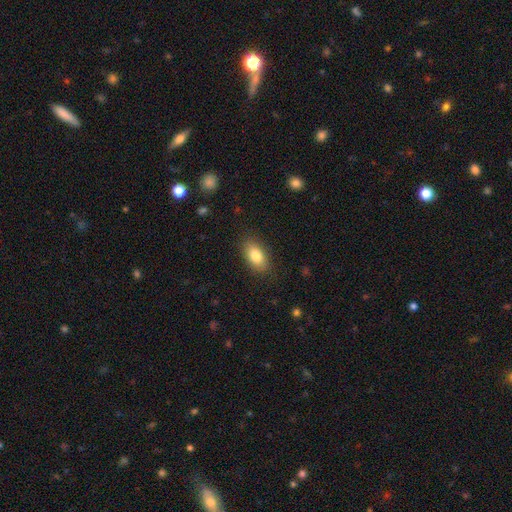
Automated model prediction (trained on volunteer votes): Overall: smooth (83%). How rounded: in between (91%). Merging: none (85%).